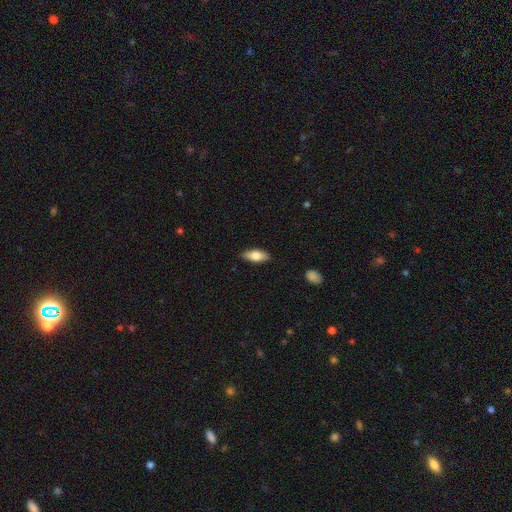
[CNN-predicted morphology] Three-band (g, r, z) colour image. It shows a smooth galaxy with no disk features (80%) that is in between round and cigar-shaped (82%). Merging: none (87%).